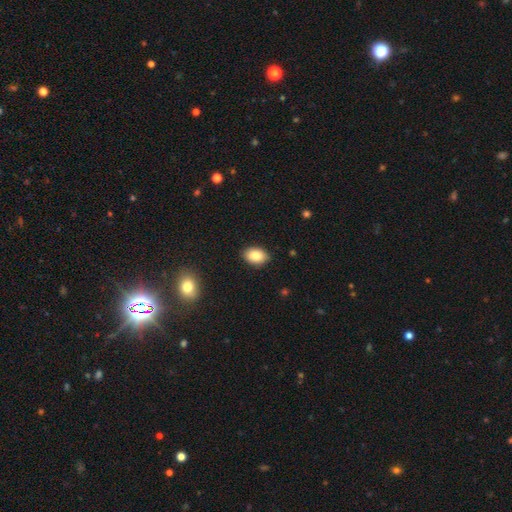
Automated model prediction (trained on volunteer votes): smooth 87%, star or artifact 8%, featured or disk 6%. Down the decision tree: how rounded — in between (87%); merging — none (88%).